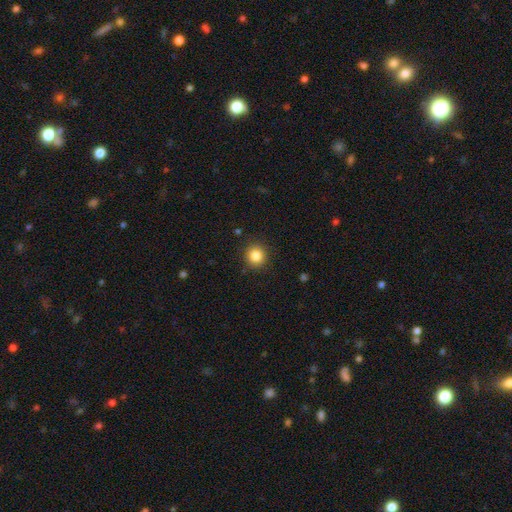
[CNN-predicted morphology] Smooth or featured? Predicted: smooth (p=0.84). How rounded? Predicted: round (p=0.92). Merging? Predicted: none (p=0.90).